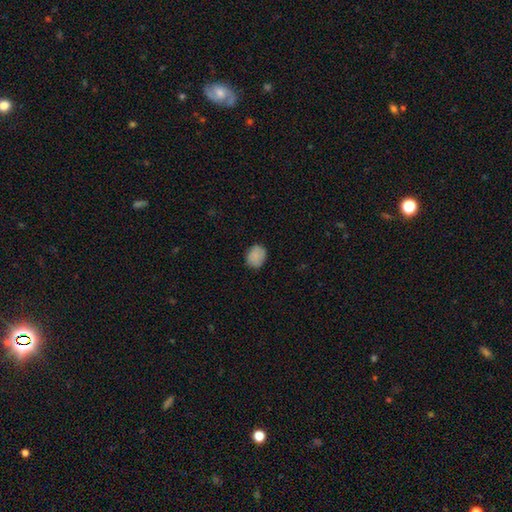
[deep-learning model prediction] Overall: smooth (87%). How rounded: round (52%; in between 48%). Merging: none (83%).